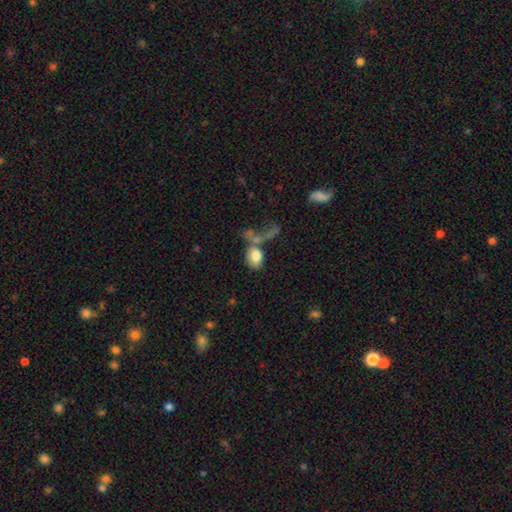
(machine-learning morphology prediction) Smooth or featured: smooth — 74% (featured or disk — 17%)
How rounded: in between — 78% (round — 20%)
Merging: merger — 38% (major disturbance — 30%)